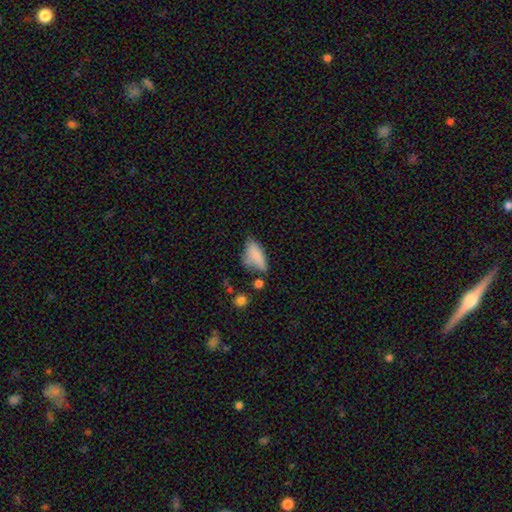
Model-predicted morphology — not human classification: The model was most divided on "merging": none: 41%, minor disturbance: 31%, major disturbance: 17%, merger: 10%. More confident: how rounded — in between (80%); smooth or featured — smooth (75%).